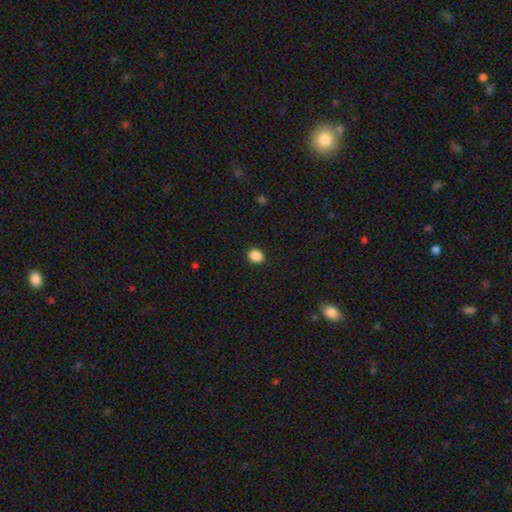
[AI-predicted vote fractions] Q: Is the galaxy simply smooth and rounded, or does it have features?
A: smooth — 88%.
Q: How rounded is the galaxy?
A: round — 61%.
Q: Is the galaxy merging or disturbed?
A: none — 92%.